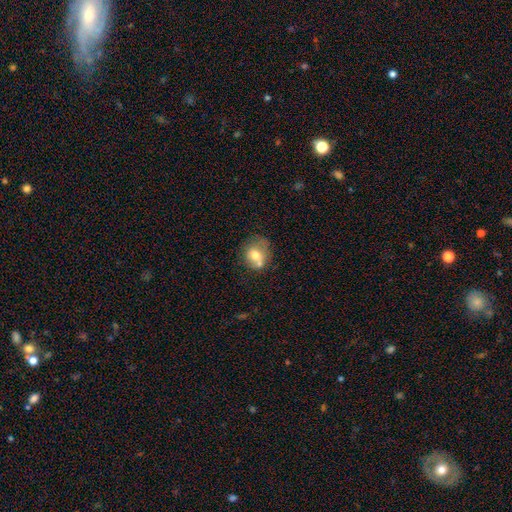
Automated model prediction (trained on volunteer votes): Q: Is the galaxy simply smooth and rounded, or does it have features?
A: smooth — 67%.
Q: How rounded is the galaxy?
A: round — 66%.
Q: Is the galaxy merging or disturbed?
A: none — 40%.